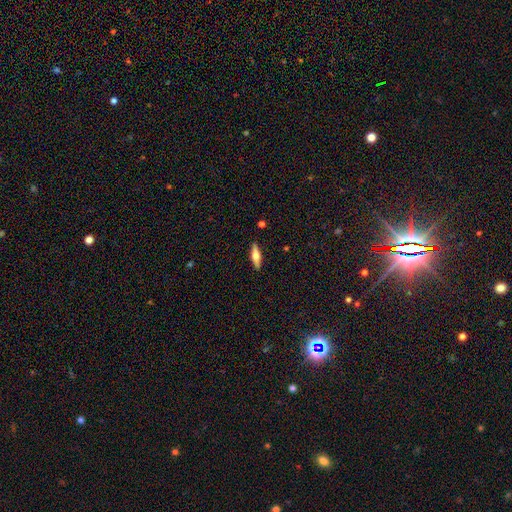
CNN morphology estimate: Smooth or featured: featured or disk — 53% (smooth — 40%)
Edge-on disk: yes — 94% (no — 6%)
Edge-on bulge: rounded — 91% (boxy — 6%)
Merging: none — 89% (minor disturbance — 8%)